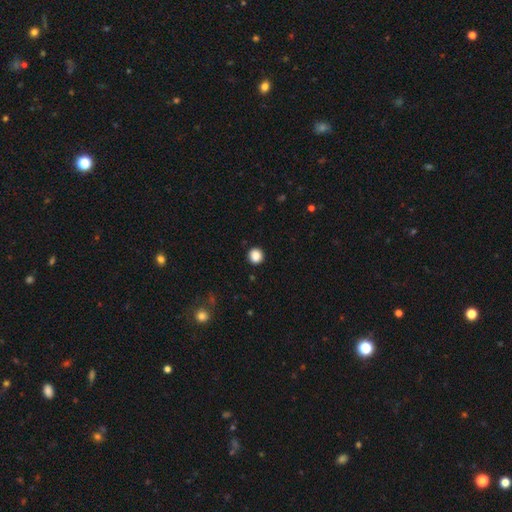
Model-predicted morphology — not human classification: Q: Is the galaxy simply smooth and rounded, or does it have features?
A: smooth — 88%.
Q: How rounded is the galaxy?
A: round — 88%.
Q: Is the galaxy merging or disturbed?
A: none — 92%.